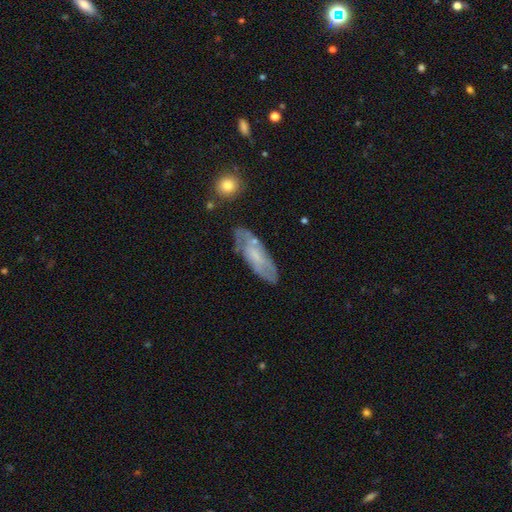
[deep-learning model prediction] This appears to be a featured or disk galaxy (58%). Merging: none (68%).